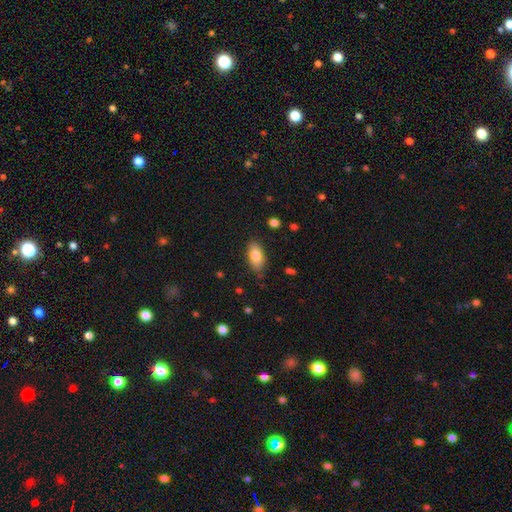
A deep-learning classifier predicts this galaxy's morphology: smooth_or_featured: smooth (p=0.80) [alt: featured or disk p=0.13]
how_rounded: in between (p=0.88) [alt: cigar-shaped p=0.08]
merging: none (p=0.83) [alt: minor disturbance p=0.13]